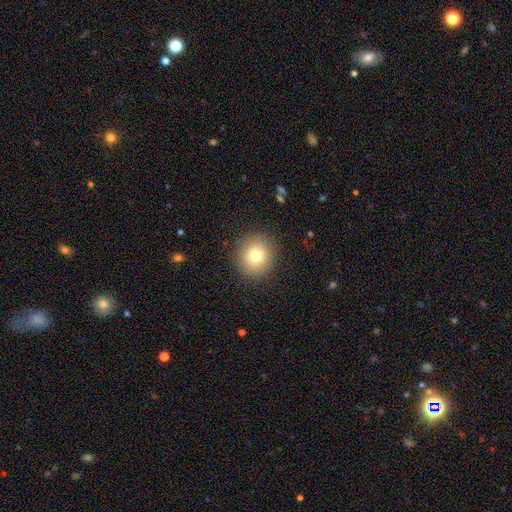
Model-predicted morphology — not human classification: This is likely a smooth galaxy (78%). How rounded: clearly round (90%). Merging: clearly none (90%).